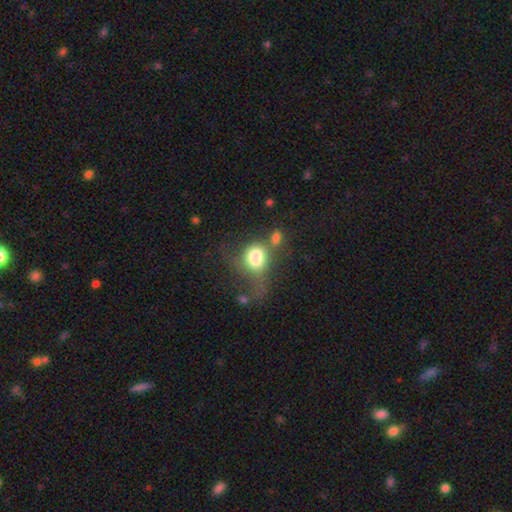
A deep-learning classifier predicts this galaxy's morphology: Smooth or featured: smooth — 74% (featured or disk — 15%)
How rounded: round — 53% (in between — 45%)
Merging: merger — 31% (major disturbance — 29%)